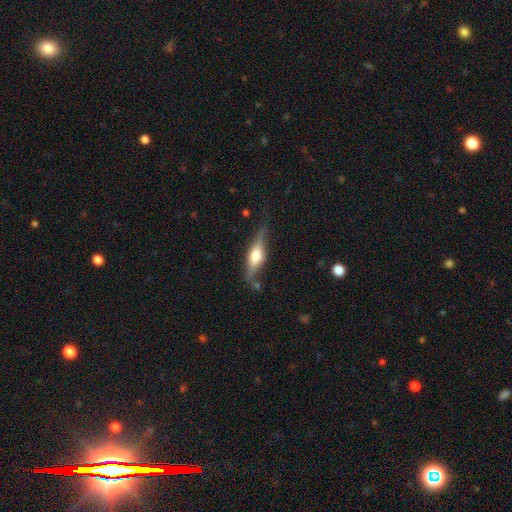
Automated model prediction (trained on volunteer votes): smooth_or_featured: featured or disk (p=0.63) [alt: smooth p=0.30]
disk_edge_on: yes (p=0.93) [alt: no p=0.07]
edge_on_bulge: rounded (p=0.85) [alt: boxy p=0.13]
merging: none (p=0.67) [alt: minor disturbance p=0.21]